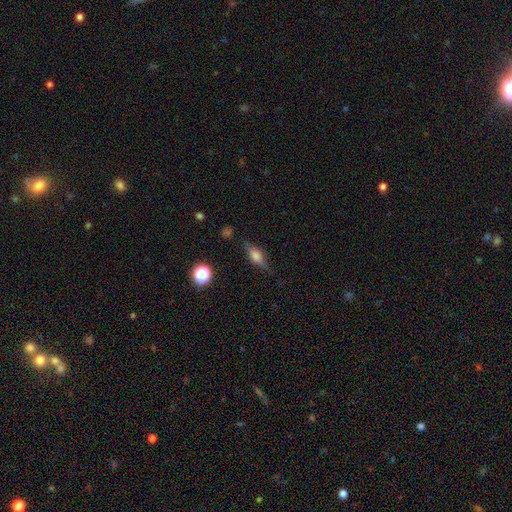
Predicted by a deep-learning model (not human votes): Q: Smooth or featured?
A: smooth (47%); runner-up: featured or disk (43%)
Q: Merging?
A: none (76%); runner-up: minor disturbance (17%)